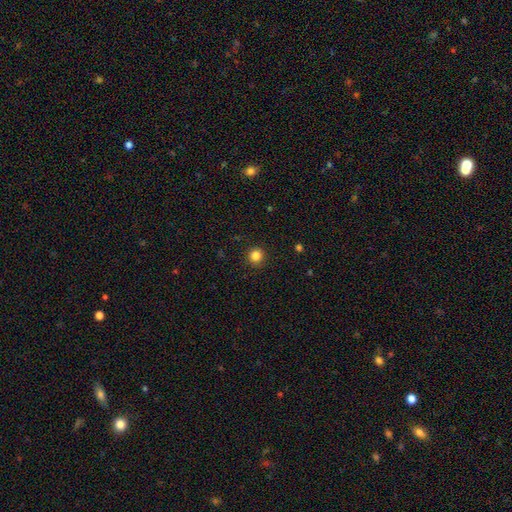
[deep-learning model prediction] smooth-or-featured: smooth: 84% | star or artifact: 12% | featured or disk: 4%
  how-rounded: round: 94% | in between: 5% | cigar-shaped: 1%
  merging: none: 91% | minor disturbance: 6% | major disturbance: 2% | merger: 1%